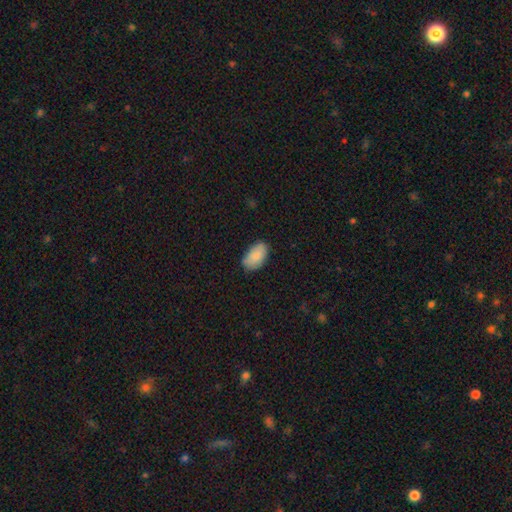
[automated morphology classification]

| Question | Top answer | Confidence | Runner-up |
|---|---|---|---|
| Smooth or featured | smooth | 88% | star or artifact (6%) |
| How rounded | in between | 95% | round (4%) |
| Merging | none | 79% | minor disturbance (17%) |